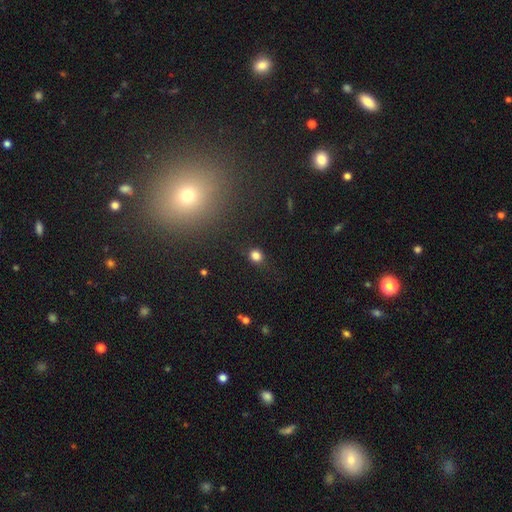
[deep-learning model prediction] smooth_or_featured: smooth (p=0.81) [alt: star or artifact p=0.14]
how_rounded: round (p=0.79) [alt: in between p=0.19]
merging: none (p=0.81) [alt: minor disturbance p=0.12]